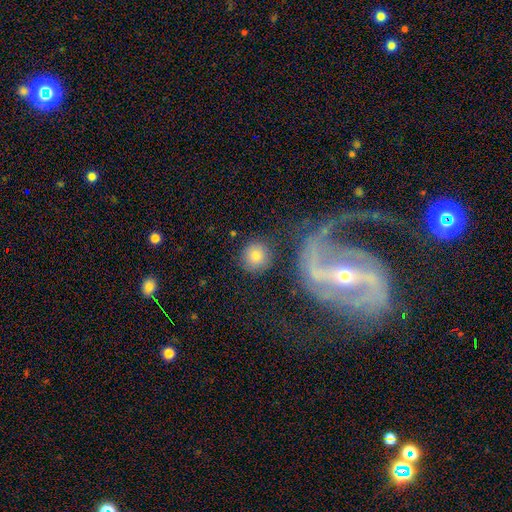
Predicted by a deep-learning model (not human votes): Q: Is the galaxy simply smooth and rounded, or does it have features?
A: smooth — 76%.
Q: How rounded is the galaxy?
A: round — 92%.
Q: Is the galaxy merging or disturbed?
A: none — 82%.